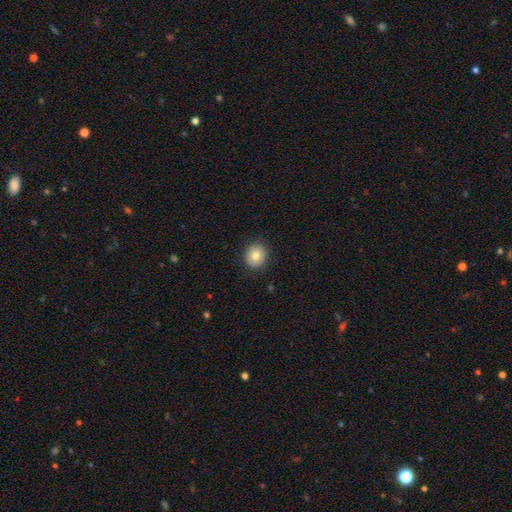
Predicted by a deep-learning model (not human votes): The model was most divided on "how rounded": round: 80%, in between: 19%, cigar-shaped: 1%. More confident: merging — none (89%); smooth or featured — smooth (78%).